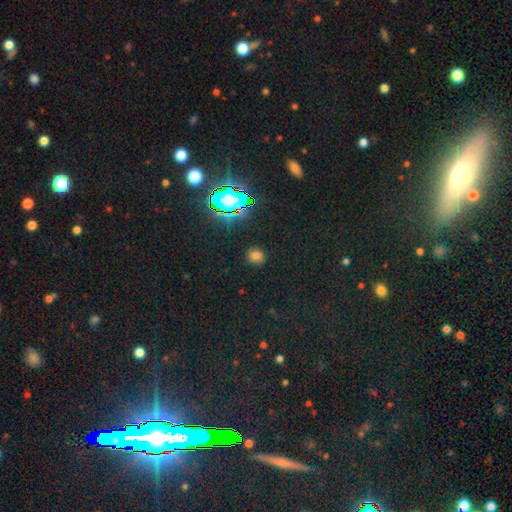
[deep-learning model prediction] A smooth galaxy with no disk features (68%) that is round (71%). Merging: none (85%).